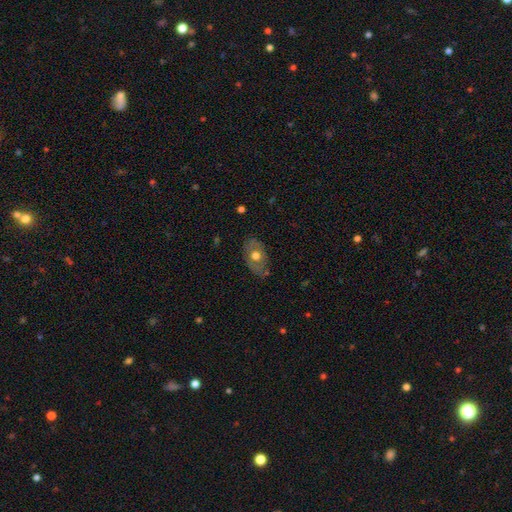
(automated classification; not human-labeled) smooth 53%, featured or disk 41%, star or artifact 7%. Down the decision tree: how rounded — in between (85%); merging — none (72%).